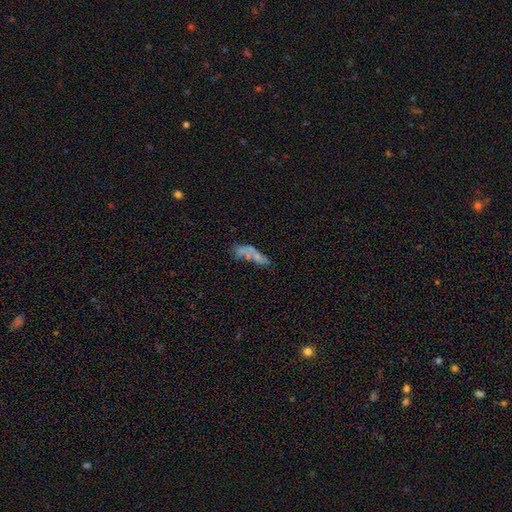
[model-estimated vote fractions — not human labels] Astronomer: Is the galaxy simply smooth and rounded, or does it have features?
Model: smooth — 47% (runner-up: featured or disk, 39%).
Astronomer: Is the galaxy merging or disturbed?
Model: none — 31% (runner-up: merger, 27%).